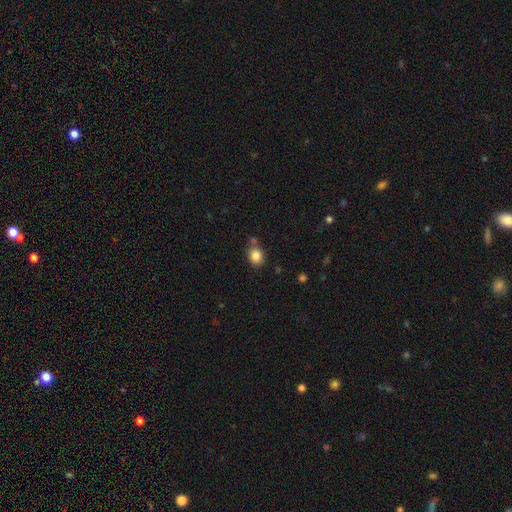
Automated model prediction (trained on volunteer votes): smooth_or_featured: smooth (p=0.84) [alt: star or artifact p=0.10]
how_rounded: round (p=0.57) [alt: in between p=0.42]
merging: none (p=0.73) [alt: minor disturbance p=0.13]